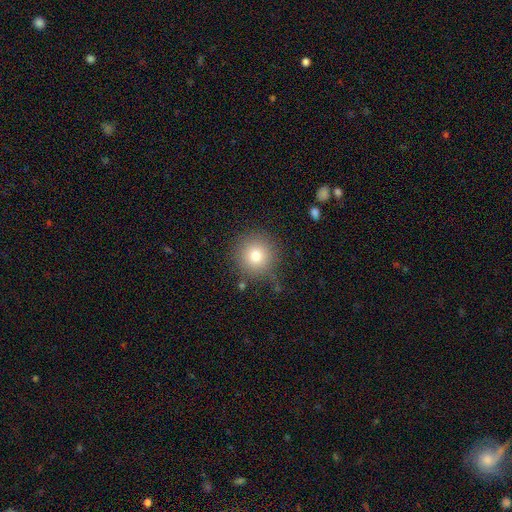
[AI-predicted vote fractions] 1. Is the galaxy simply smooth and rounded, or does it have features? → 78% smooth, 12% star or artifact, 10% featured or disk.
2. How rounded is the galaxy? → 95% round, 4% in between, 1% cigar-shaped.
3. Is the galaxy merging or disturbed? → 84% none, 10% minor disturbance, 4% major disturbance, 2% merger.